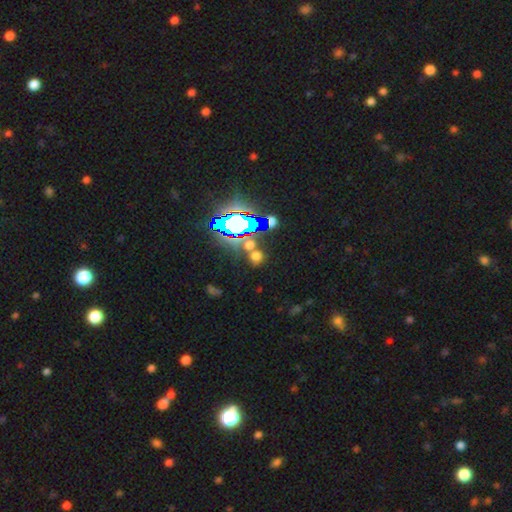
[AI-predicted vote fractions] Overall: star or artifact (47%; smooth 43%).